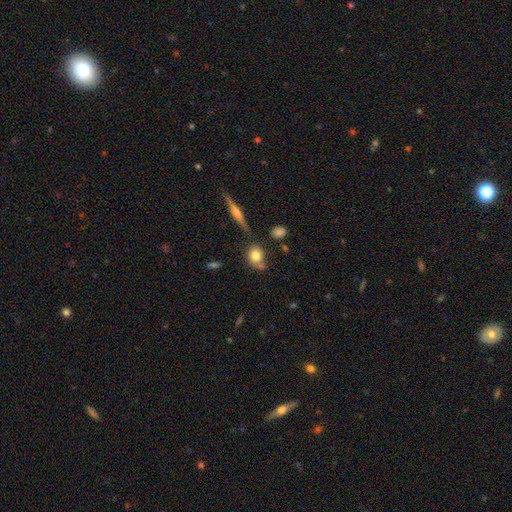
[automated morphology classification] Smooth or featured? smooth (77%)
How rounded? round (62%)
Merging? none (63%)